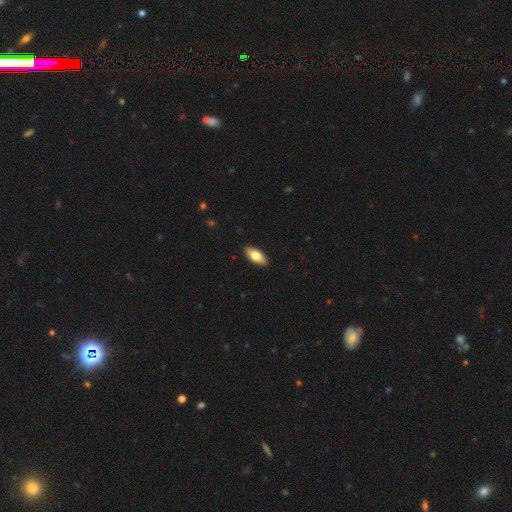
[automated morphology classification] smooth 74%, featured or disk 20%, star or artifact 6%. Down the decision tree: how rounded — in between (85%); merging — none (91%).